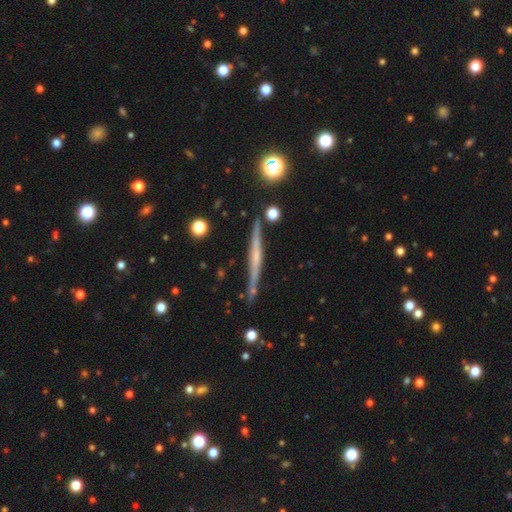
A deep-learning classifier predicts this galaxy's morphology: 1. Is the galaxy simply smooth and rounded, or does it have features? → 66% featured or disk, 26% smooth, 8% star or artifact.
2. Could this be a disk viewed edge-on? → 97% yes, 3% no.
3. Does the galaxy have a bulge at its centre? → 56% none, 31% rounded, 13% boxy.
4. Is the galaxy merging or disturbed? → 85% none, 10% minor disturbance, 3% merger, 2% major disturbance.